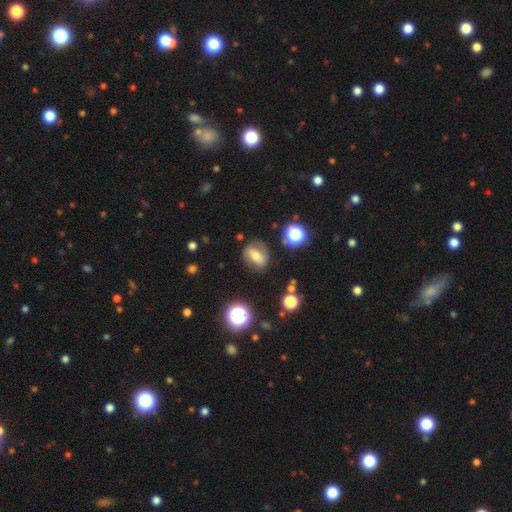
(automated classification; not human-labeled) Overall: smooth (58%; featured or disk 29%). How rounded: in between (58%; round 38%). Merging: none (75%).